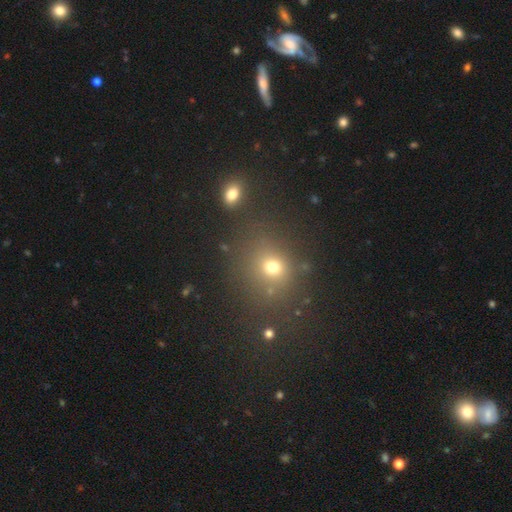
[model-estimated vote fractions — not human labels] A smooth galaxy with no disk features (49%). Merging: none (81%).